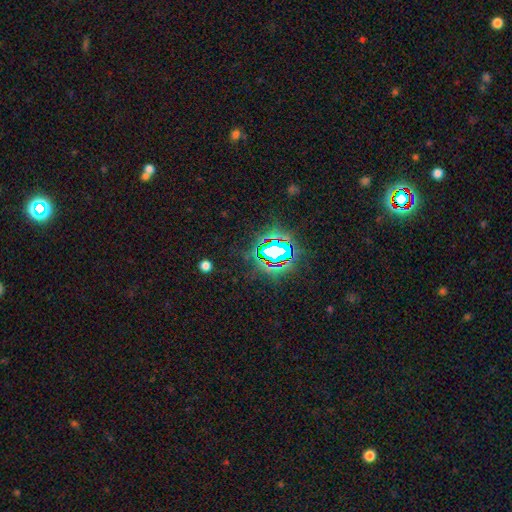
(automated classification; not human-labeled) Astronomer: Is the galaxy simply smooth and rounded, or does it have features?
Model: star or artifact — 83%.